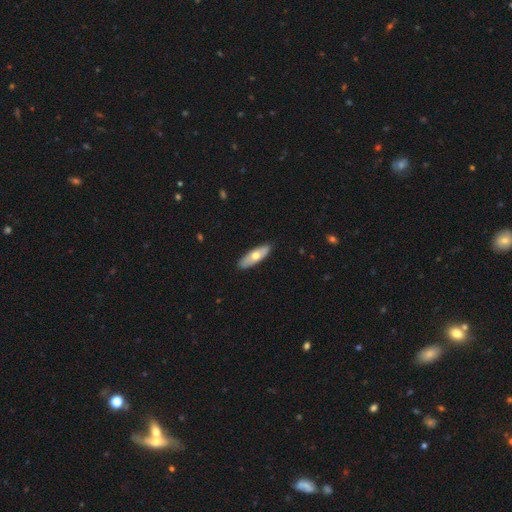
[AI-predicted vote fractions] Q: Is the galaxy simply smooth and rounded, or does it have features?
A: smooth — 57%.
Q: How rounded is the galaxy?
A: in between — 62%.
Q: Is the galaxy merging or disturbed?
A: none — 88%.